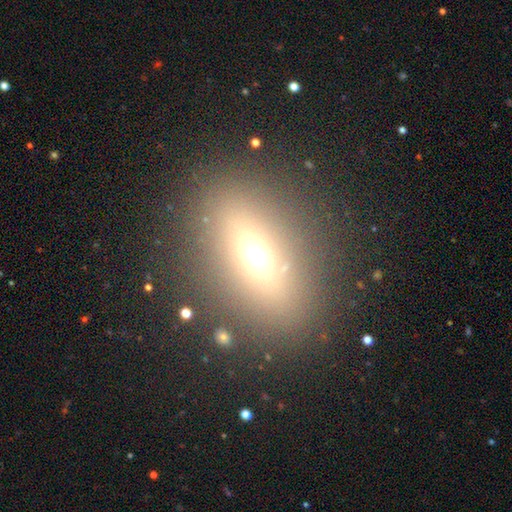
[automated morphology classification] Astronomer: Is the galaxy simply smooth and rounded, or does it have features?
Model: smooth — 51%.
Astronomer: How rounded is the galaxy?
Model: in between — 66%.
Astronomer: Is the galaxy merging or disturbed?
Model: none — 84%.